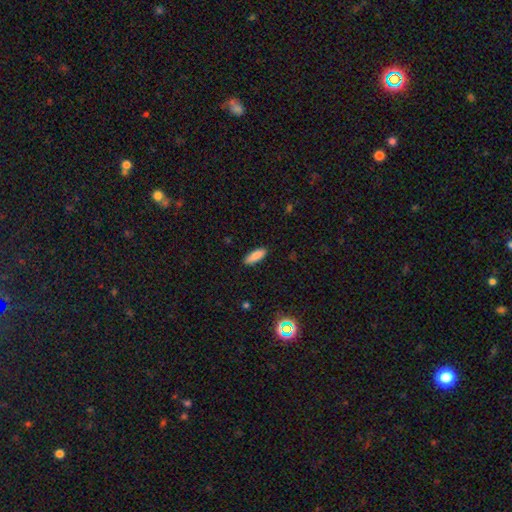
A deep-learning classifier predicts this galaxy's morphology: This is clearly a smooth galaxy (86%). How rounded: likely in between (61%). Merging: clearly none (88%).